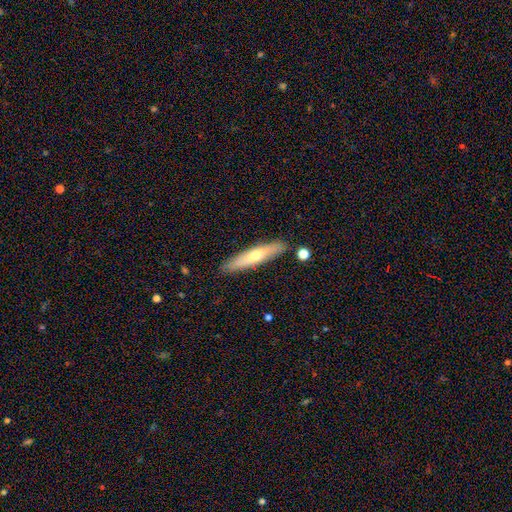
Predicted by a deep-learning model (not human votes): Q: Smooth or featured?
A: smooth (51%); runner-up: featured or disk (43%)
Q: How rounded?
A: cigar-shaped (85%); runner-up: in between (13%)
Q: Merging?
A: none (87%); runner-up: minor disturbance (9%)